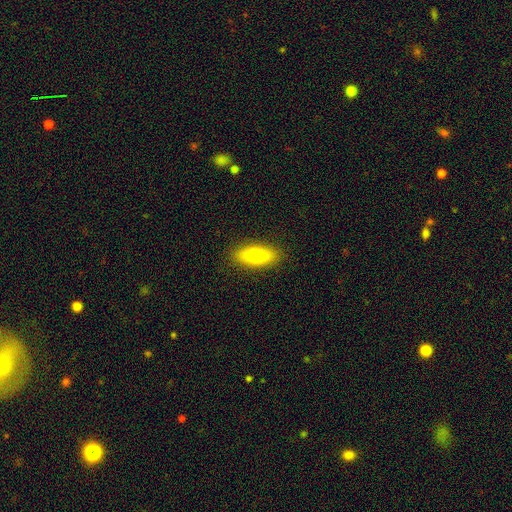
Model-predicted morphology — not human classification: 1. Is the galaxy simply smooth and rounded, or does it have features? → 74% smooth, 19% featured or disk, 7% star or artifact.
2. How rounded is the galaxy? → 71% in between, 26% cigar-shaped, 3% round.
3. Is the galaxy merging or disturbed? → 89% none, 8% minor disturbance, 2% major disturbance, 1% merger.